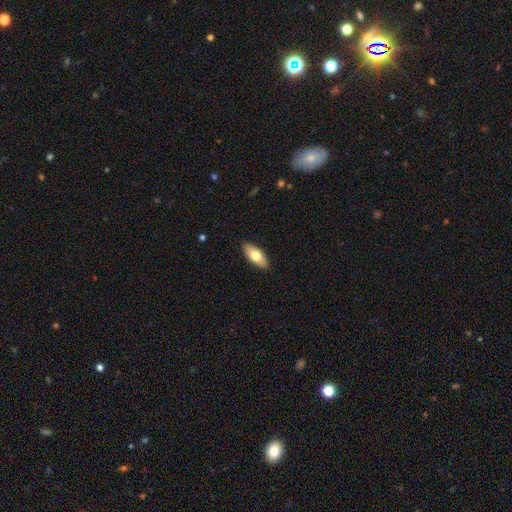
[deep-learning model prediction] Morphology: type=smooth (72%); roundness=in between (85%); merging=none (89%).